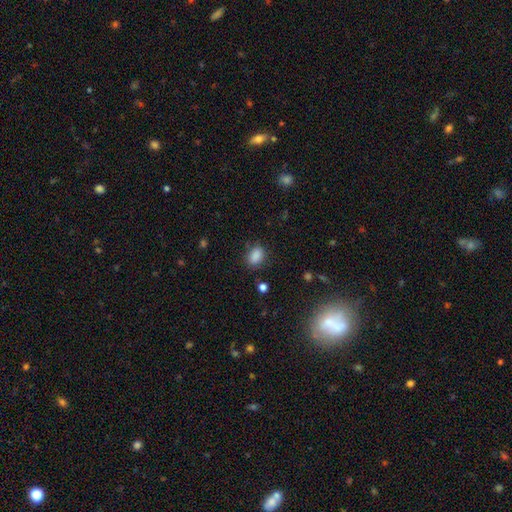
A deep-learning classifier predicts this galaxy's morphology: smooth-or-featured: smooth: 87% | star or artifact: 10% | featured or disk: 4%
  how-rounded: in between: 78% | round: 20% | cigar-shaped: 2%
  merging: none: 80% | minor disturbance: 14% | major disturbance: 4% | merger: 2%